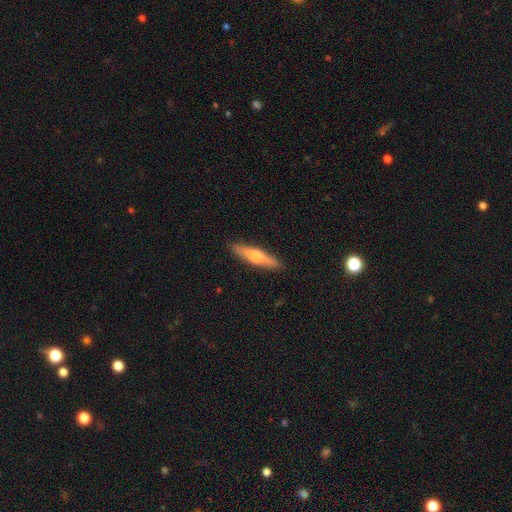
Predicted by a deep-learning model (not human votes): Smooth or featured? Predicted: featured or disk (p=0.52). Edge-on disk? Predicted: yes (p=0.94). Merging? Predicted: none (p=0.90).